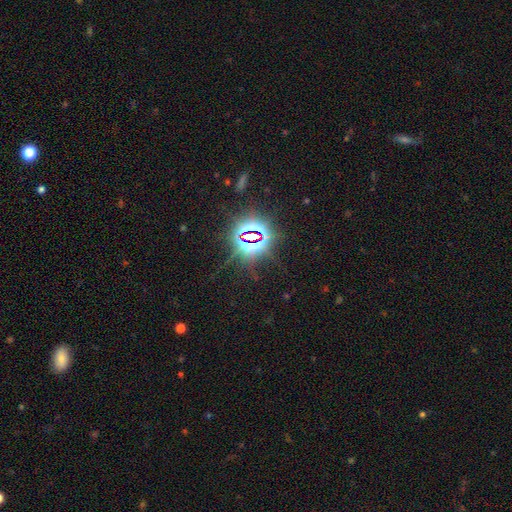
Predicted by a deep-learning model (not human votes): smooth-or-featured: star or artifact: 82% | smooth: 12% | featured or disk: 6%